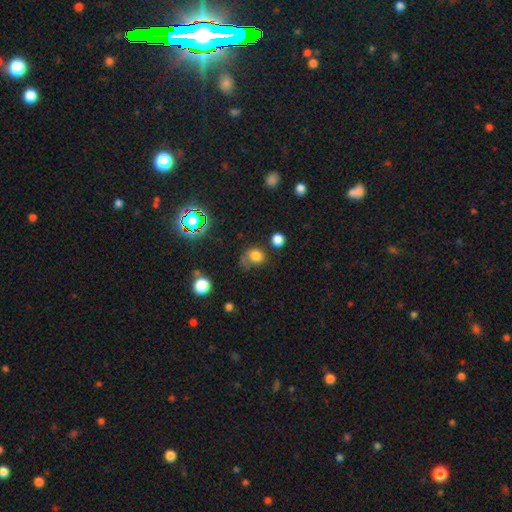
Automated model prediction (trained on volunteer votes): smooth-or-featured: smooth: 74% | star or artifact: 16% | featured or disk: 10%
  how-rounded: round: 67% | in between: 32% | cigar-shaped: 1%
  merging: none: 44% | minor disturbance: 26% | major disturbance: 24% | merger: 7%